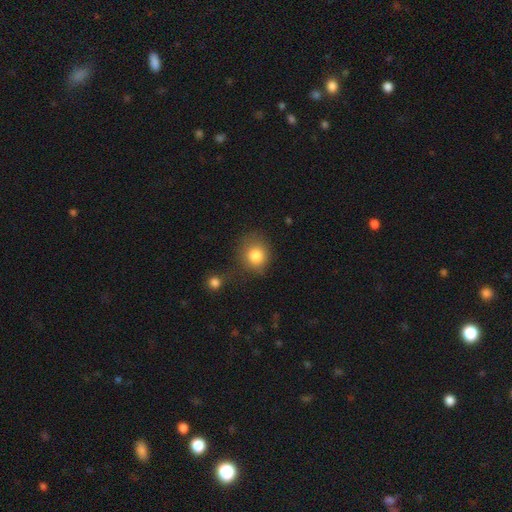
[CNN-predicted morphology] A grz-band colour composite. It shows a smooth galaxy with no disk features (83%) that is round (80%). Merging: none (67%).